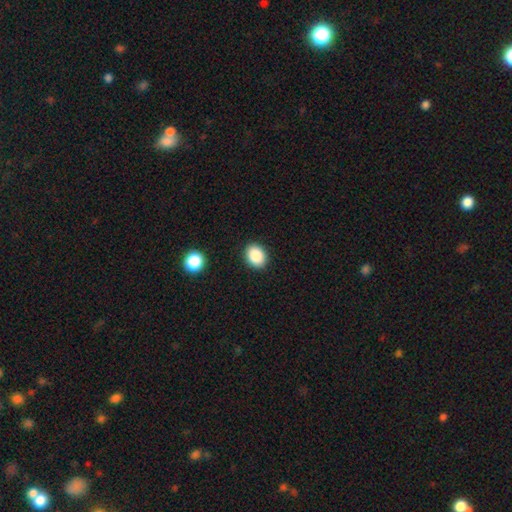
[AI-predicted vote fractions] The model was most divided on "how rounded": in between: 55%, round: 44%, cigar-shaped: 1%. More confident: merging — none (90%); smooth or featured — smooth (87%).